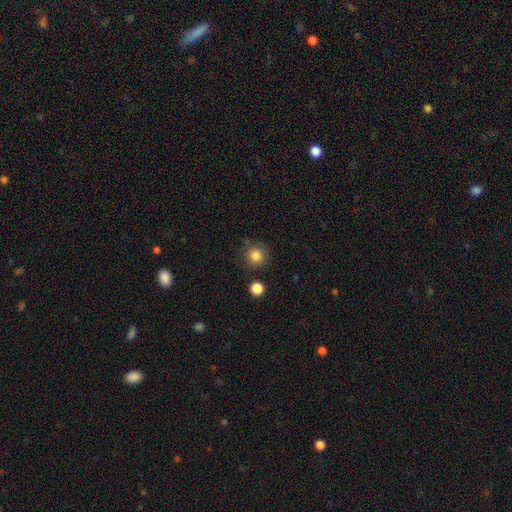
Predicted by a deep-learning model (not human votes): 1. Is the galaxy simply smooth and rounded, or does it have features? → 84% smooth, 11% star or artifact, 5% featured or disk.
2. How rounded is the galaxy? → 94% round, 5% in between, 1% cigar-shaped.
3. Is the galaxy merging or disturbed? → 85% none, 8% minor disturbance, 4% merger, 3% major disturbance.